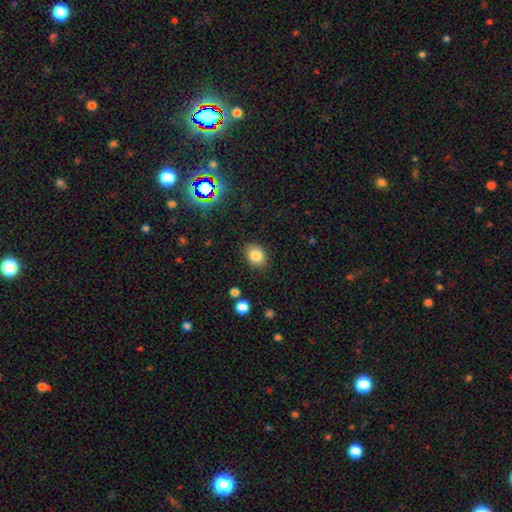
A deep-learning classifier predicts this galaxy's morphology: Smooth or featured?
  - smooth: 83% *
  - star or artifact: 10%
  - featured or disk: 7%
How rounded?
  - in between: 59% *
  - round: 40%
  - cigar-shaped: 1%
Merging?
  - none: 87% *
  - minor disturbance: 9%
  - major disturbance: 3%
  - merger: 2%